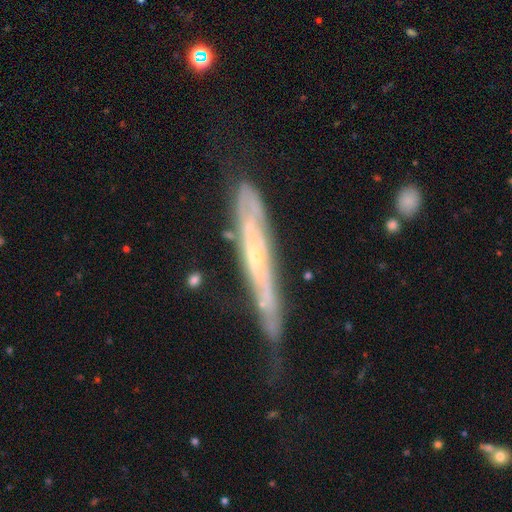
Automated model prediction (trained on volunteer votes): A featured or disk galaxy (76%) viewed edge-on (65%).

Vote fractions:
- Smooth or featured? featured or disk: 76% / smooth: 18% / star or artifact: 6%
- Edge-on disk? yes: 65% / no: 35%
- Merging? none: 54% / minor disturbance: 32% / major disturbance: 12% / merger: 3%